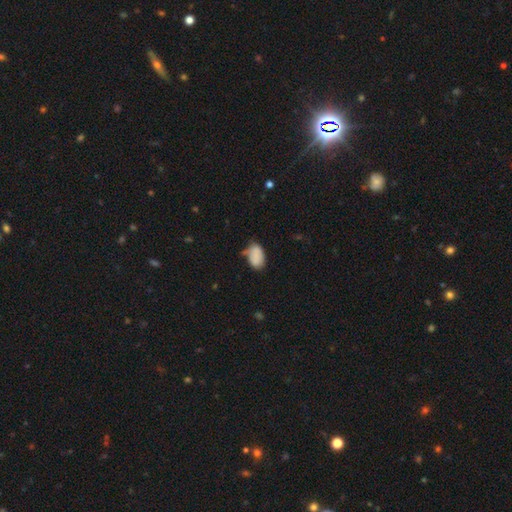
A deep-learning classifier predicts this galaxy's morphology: Overall: smooth (82%). How rounded: in between (90%). Merging: none (48%; minor disturbance 34%).